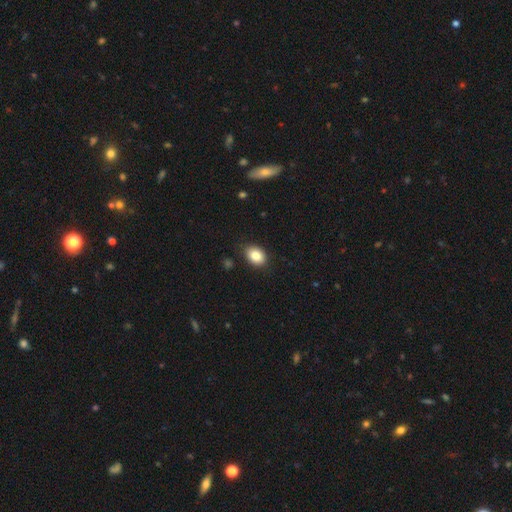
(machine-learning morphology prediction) Overall: smooth (85%). How rounded: in between (71%). Merging: none (83%).